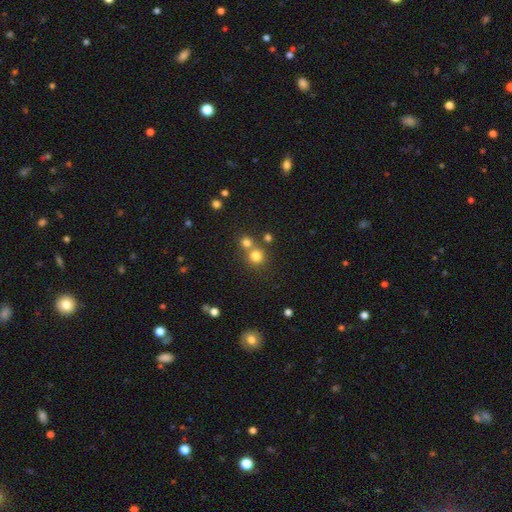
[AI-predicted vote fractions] Q: Smooth or featured?
A: smooth (76%); runner-up: star or artifact (16%)
Q: How rounded?
A: round (91%); runner-up: in between (8%)
Q: Merging?
A: none (58%); runner-up: merger (33%)